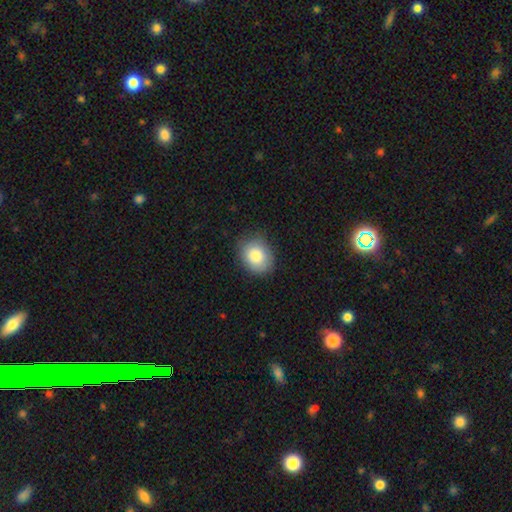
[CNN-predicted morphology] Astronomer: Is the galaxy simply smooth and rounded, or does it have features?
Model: smooth — 84%.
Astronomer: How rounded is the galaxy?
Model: round — 58% (runner-up: in between, 42%).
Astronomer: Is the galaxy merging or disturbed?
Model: none — 80%.